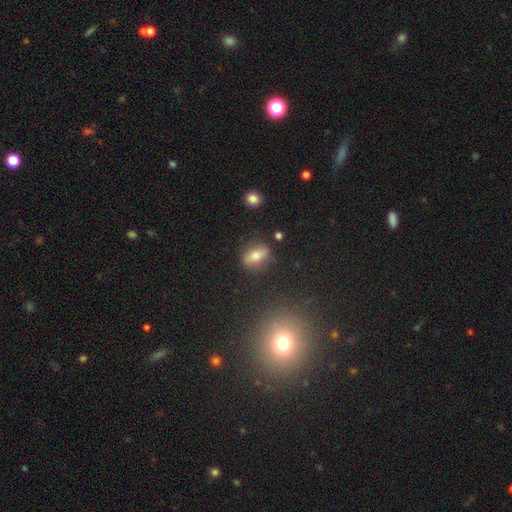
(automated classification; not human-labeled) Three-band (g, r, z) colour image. It shows a smooth galaxy with no disk features (67%) that is in between round and cigar-shaped (72%). Merging: none (82%).